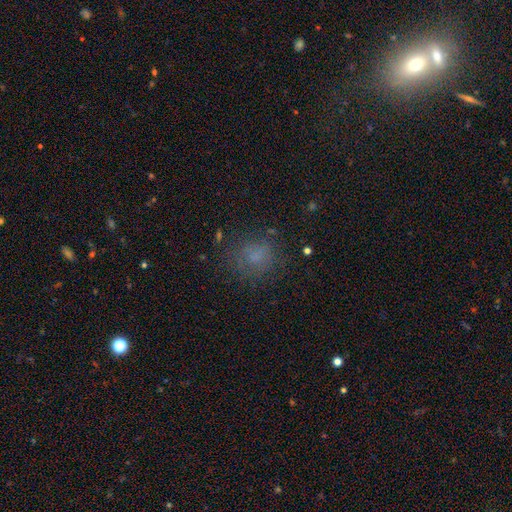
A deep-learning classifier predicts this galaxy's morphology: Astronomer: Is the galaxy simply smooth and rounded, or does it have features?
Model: smooth — 67%.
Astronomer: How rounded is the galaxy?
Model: round — 74%.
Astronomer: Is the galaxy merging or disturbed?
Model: none — 72%.